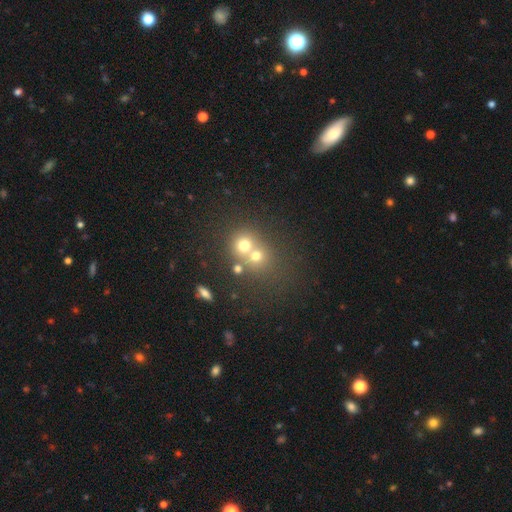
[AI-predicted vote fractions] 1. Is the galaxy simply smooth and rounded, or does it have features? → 67% smooth, 17% star or artifact, 16% featured or disk.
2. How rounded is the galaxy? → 80% round, 19% in between, 1% cigar-shaped.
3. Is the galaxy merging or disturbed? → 57% merger, 34% none, 6% minor disturbance, 3% major disturbance.